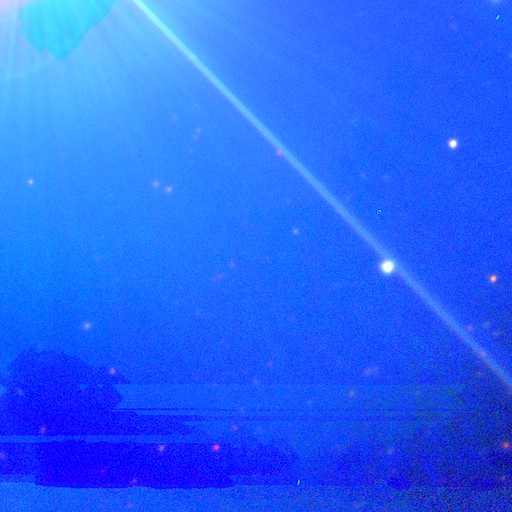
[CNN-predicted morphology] This is clearly a star or artifact rather than a galaxy (83%).